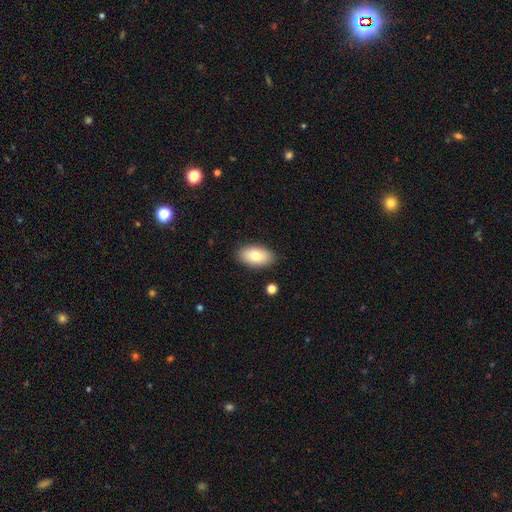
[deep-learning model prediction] A smooth galaxy with no disk features (78%) that is in between round and cigar-shaped (94%). Merging: none (87%).